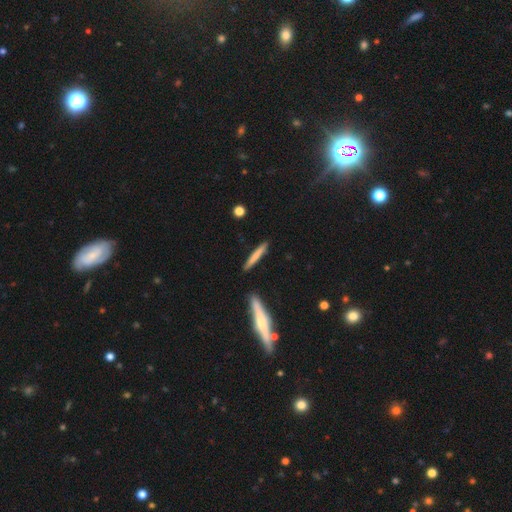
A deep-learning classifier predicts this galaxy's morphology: Q: Smooth or featured?
A: smooth (67%); runner-up: featured or disk (27%)
Q: How rounded?
A: cigar-shaped (94%); runner-up: in between (4%)
Q: Merging?
A: none (87%); runner-up: minor disturbance (8%)